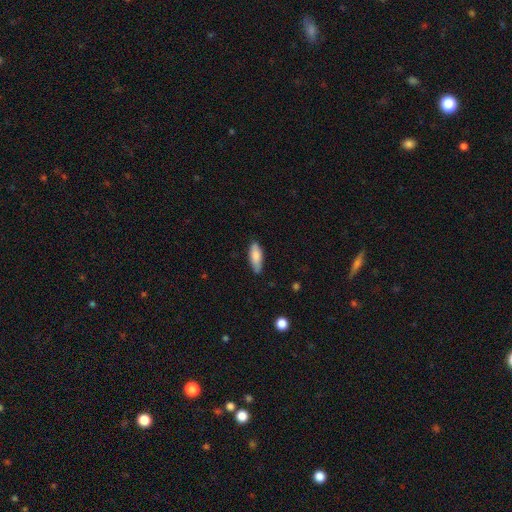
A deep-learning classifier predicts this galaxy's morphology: smooth_or_featured: smooth (p=0.82) [alt: featured or disk p=0.12]
how_rounded: in between (p=0.65) [alt: cigar-shaped p=0.33]
merging: none (p=0.81) [alt: minor disturbance p=0.15]